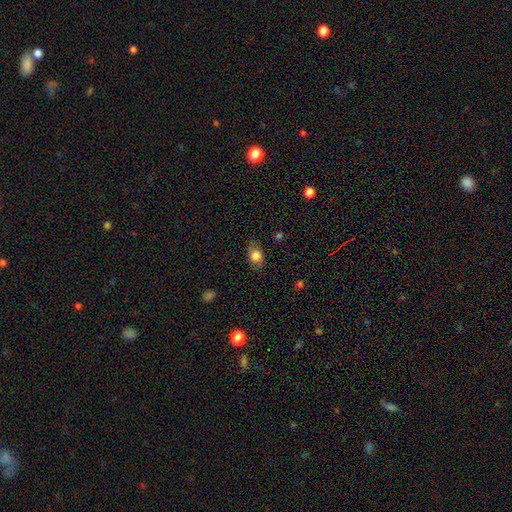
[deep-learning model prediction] Smooth or featured? Predicted: smooth (p=0.79). How rounded? Predicted: in between (p=0.75). Merging? Predicted: none (p=0.77).